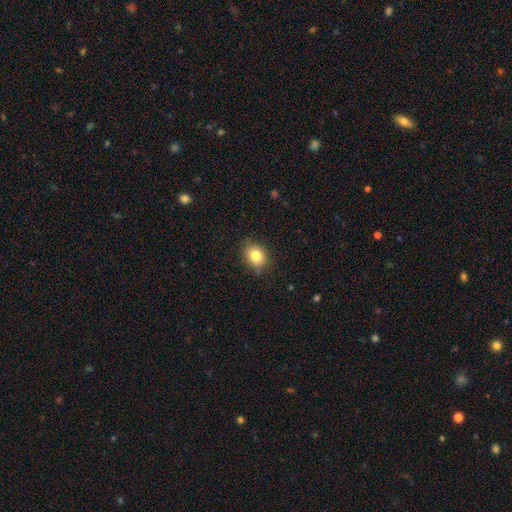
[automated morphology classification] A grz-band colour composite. It shows a smooth galaxy with no disk features (81%) that is round (57%). Merging: none (81%).